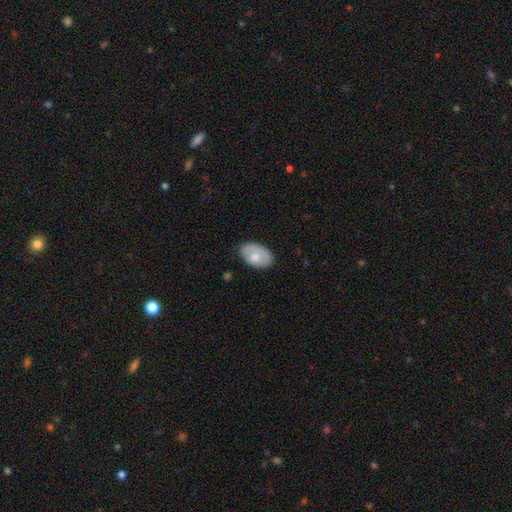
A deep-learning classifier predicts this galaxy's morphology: Smooth or featured?
  - smooth: 72% *
  - featured or disk: 22%
  - star or artifact: 6%
How rounded?
  - in between: 91% *
  - round: 8%
  - cigar-shaped: 1%
Merging?
  - none: 73% *
  - minor disturbance: 21%
  - major disturbance: 5%
  - merger: 1%